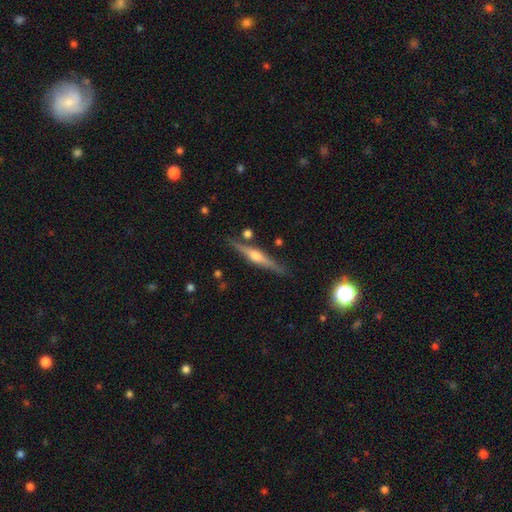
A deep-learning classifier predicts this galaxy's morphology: Smooth or featured?
  - featured or disk: 74% *
  - smooth: 20%
  - star or artifact: 6%
Edge-on disk?
  - yes: 97% *
  - no: 3%
Edge-on bulge?
  - rounded: 88% *
  - boxy: 8%
  - none: 4%
Merging?
  - none: 85% *
  - minor disturbance: 9%
  - merger: 3%
  - major disturbance: 2%